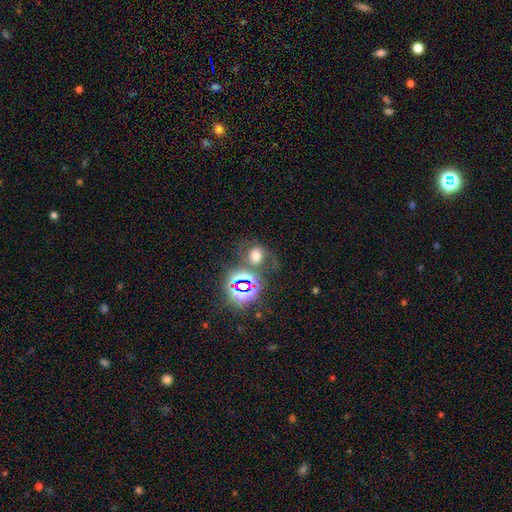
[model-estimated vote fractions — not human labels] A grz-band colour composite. It shows a smooth galaxy with no disk features (48%). Merging: none (49%).